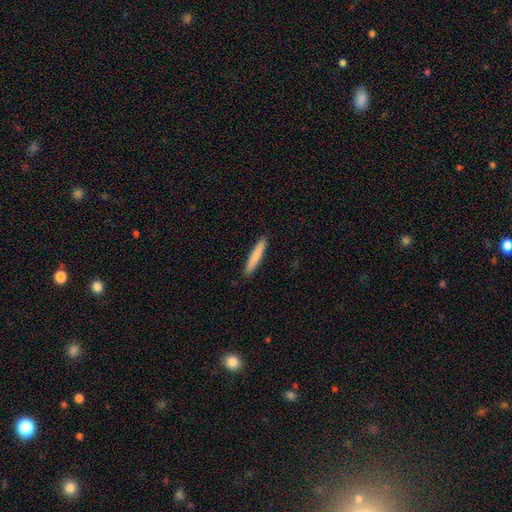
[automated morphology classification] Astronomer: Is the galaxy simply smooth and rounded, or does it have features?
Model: smooth — 79%.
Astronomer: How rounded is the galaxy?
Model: cigar-shaped — 95%.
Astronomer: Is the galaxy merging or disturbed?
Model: none — 92%.